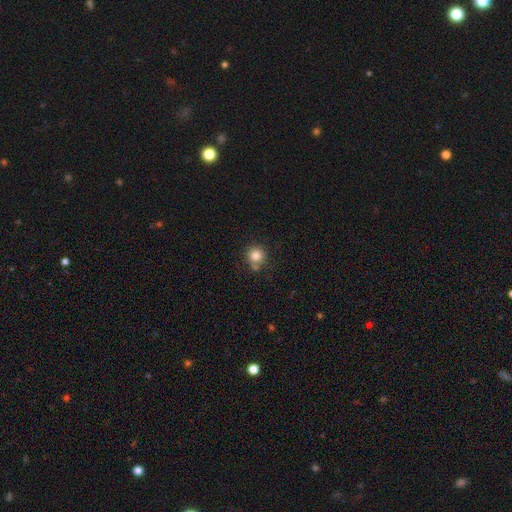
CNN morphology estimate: Smooth or featured? smooth (82%)
How rounded? round (92%)
Merging? none (70%)